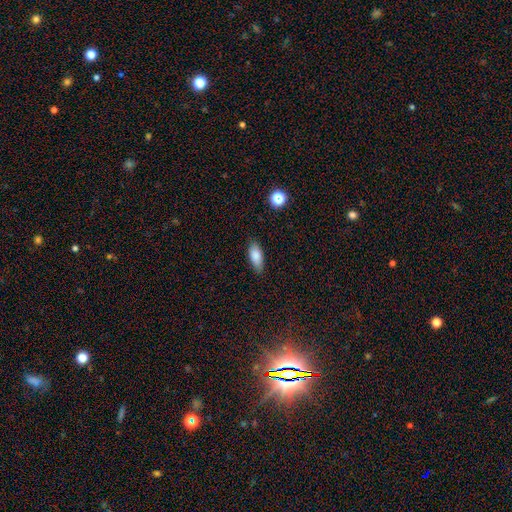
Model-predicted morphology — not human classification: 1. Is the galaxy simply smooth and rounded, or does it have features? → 84% smooth, 8% featured or disk, 8% star or artifact.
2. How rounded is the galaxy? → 83% in between, 14% cigar-shaped, 3% round.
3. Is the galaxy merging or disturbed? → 84% none, 12% minor disturbance, 2% major disturbance, 1% merger.